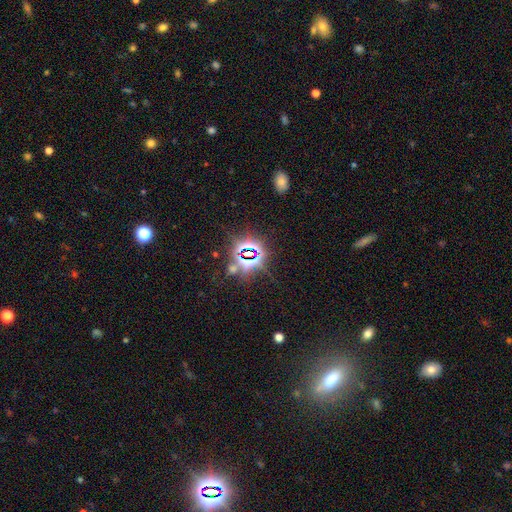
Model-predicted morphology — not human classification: Smooth or featured?
  - star or artifact: 80% *
  - smooth: 12%
  - featured or disk: 8%